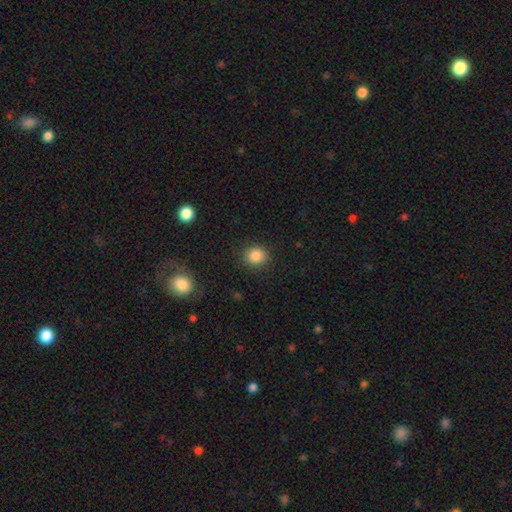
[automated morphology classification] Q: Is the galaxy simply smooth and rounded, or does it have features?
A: smooth — 85%.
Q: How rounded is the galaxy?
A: round — 81%.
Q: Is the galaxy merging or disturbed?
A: none — 89%.